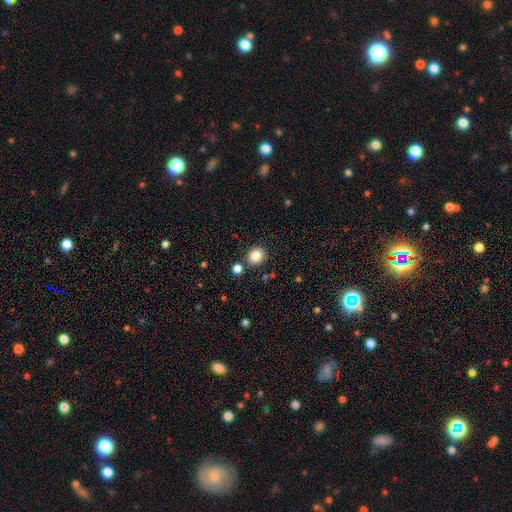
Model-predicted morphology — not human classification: smooth-or-featured: smooth: 84% | star or artifact: 11% | featured or disk: 5%
  how-rounded: round: 72% | in between: 27% | cigar-shaped: 1%
  merging: none: 84% | minor disturbance: 8% | merger: 6% | major disturbance: 2%